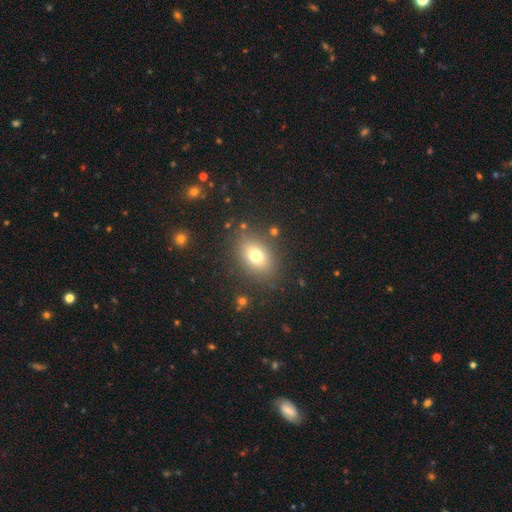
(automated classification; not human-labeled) Morphology: type=smooth (73%); roundness=in between (68%); merging=none (84%).